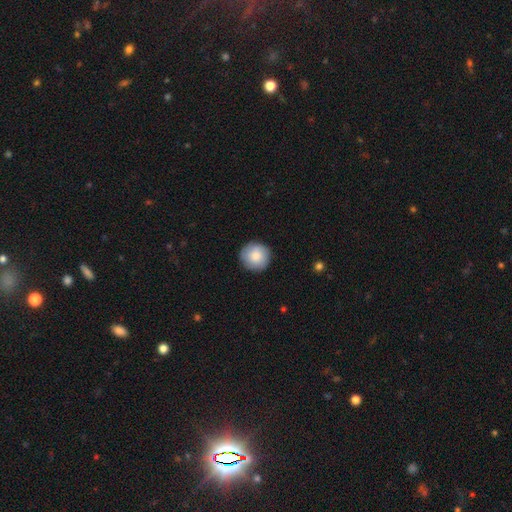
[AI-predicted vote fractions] This appears to be a smooth galaxy with no disk features (82%) that is round (95%). Merging: none (89%).